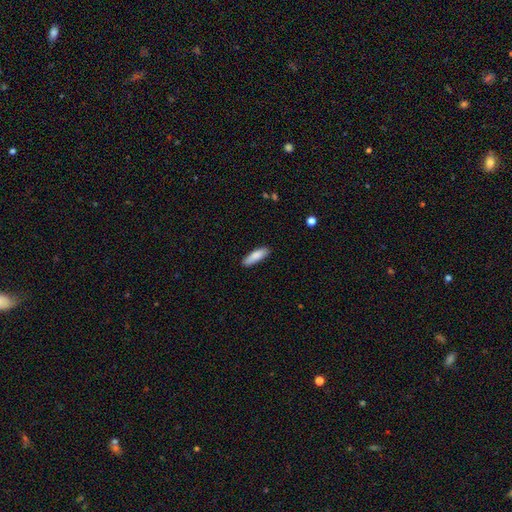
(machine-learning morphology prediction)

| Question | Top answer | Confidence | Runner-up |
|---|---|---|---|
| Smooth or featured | smooth | 86% | featured or disk (9%) |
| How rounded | cigar-shaped | 59% | in between (40%) |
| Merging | none | 87% | minor disturbance (10%) |